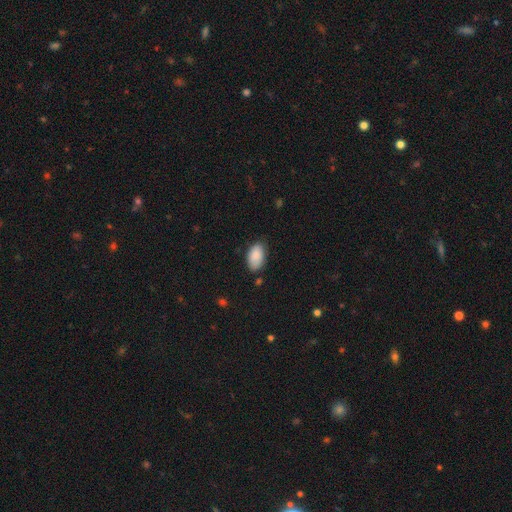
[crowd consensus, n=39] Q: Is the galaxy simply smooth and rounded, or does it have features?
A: smooth — 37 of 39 (95%).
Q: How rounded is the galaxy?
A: in between — 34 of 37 (92%).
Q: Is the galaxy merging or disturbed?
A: none — 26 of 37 (70%).